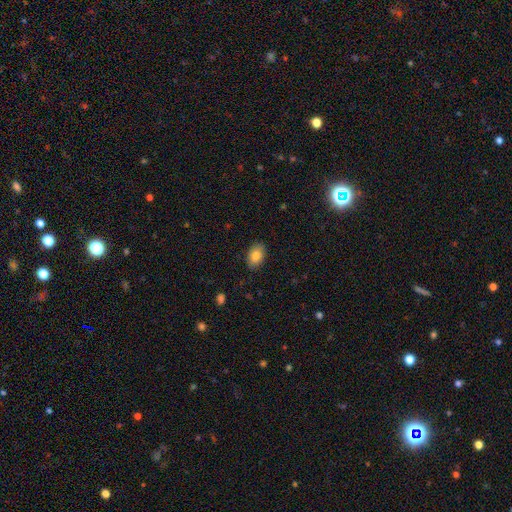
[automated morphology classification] type=smooth (84%); roundness=in between (88%); merging=none (87%).